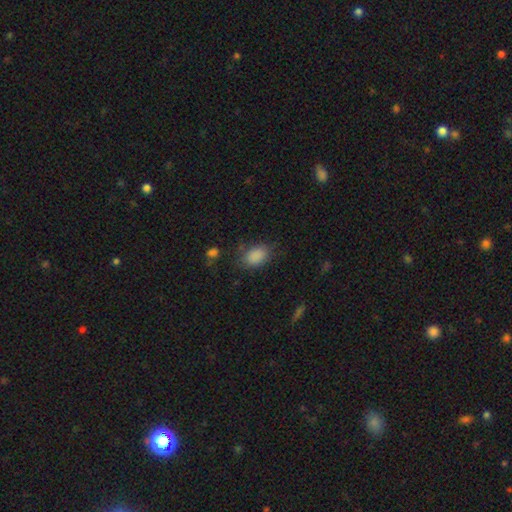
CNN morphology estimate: Smooth or featured? Predicted: smooth (p=0.86). How rounded? Predicted: in between (p=0.82). Merging? Predicted: none (p=0.74).